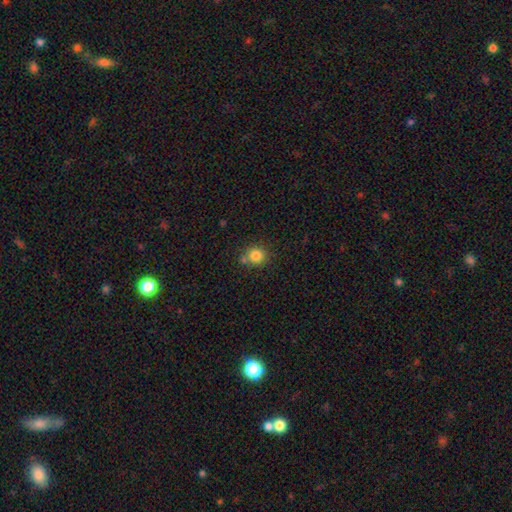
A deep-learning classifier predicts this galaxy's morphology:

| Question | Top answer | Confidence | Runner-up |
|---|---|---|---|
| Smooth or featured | smooth | 83% | star or artifact (11%) |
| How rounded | round | 90% | in between (9%) |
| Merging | none | 71% | merger (15%) |